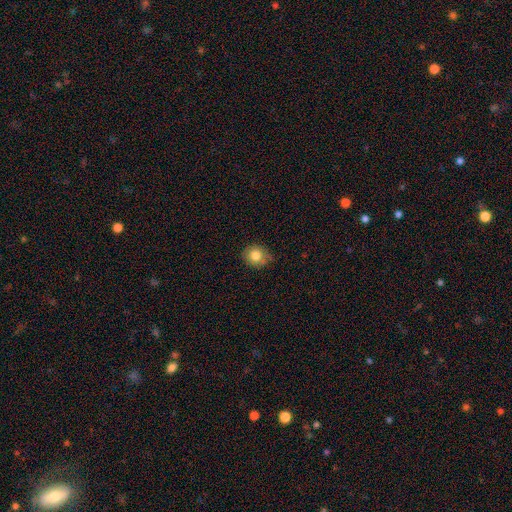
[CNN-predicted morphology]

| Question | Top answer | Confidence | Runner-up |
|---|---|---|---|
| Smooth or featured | smooth | 81% | star or artifact (10%) |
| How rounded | round | 78% | in between (21%) |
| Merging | none | 77% | minor disturbance (19%) |